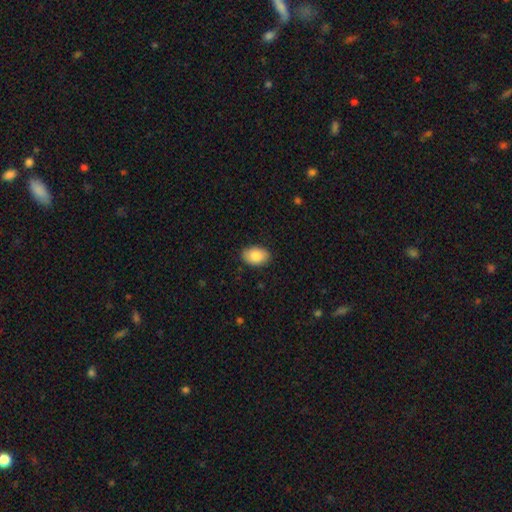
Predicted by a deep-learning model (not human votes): Morphology: type=smooth (87%); roundness=in between (88%); merging=none (87%).